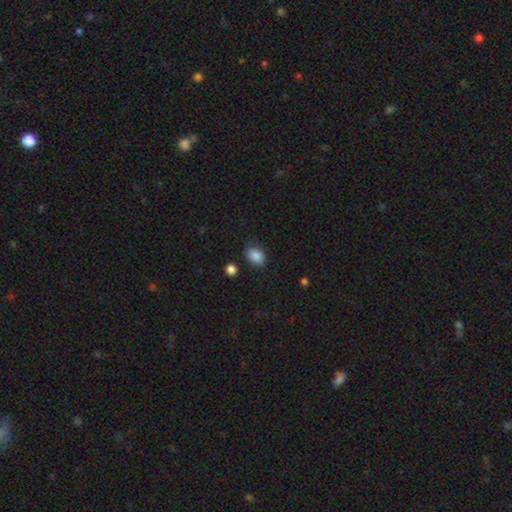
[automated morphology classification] type=smooth (87%); roundness=in between (77%); merging=none (78%).